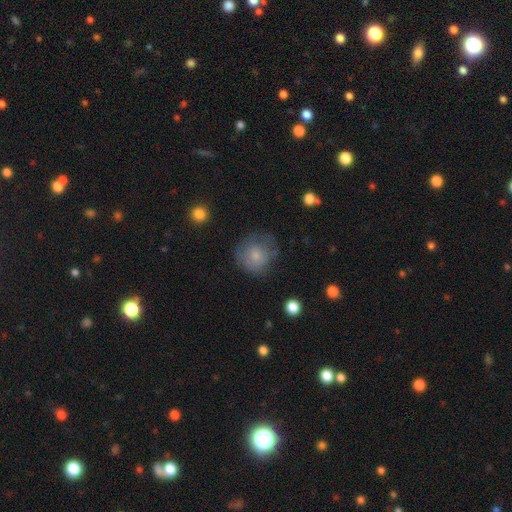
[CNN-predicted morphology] smooth-or-featured: smooth: 73% | featured or disk: 19% | star or artifact: 8%
  how-rounded: round: 87% | in between: 12% | cigar-shaped: 1%
  merging: none: 60% | minor disturbance: 25% | major disturbance: 13% | merger: 2%